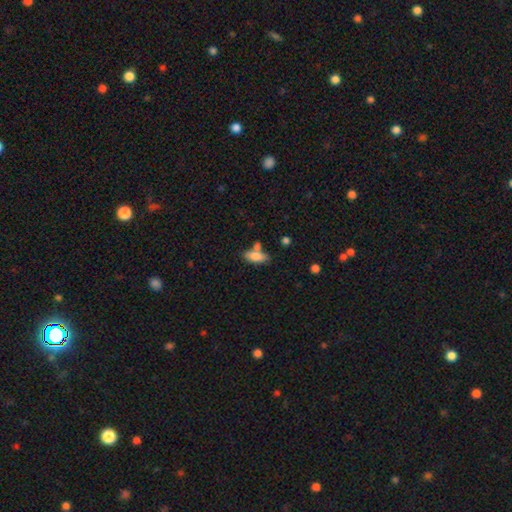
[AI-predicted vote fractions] A smooth galaxy with no disk features (80%) that is in between round and cigar-shaped (74%).

Vote fractions:
- Smooth or featured? smooth: 80% / featured or disk: 13% / star or artifact: 7%
- How rounded? in between: 74% / cigar-shaped: 24% / round: 3%
- Merging? none: 58% / merger: 23% / minor disturbance: 15% / major disturbance: 4%